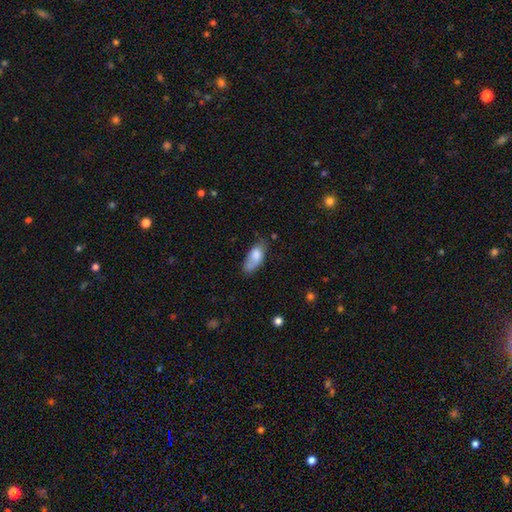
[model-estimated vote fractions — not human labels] This appears to be a smooth galaxy with no disk features (77%) that is in between round and cigar-shaped (83%). Merging: none (47%).